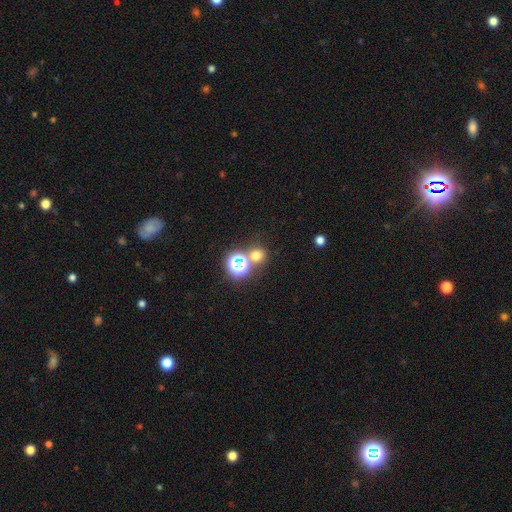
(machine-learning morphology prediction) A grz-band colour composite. It shows a smooth galaxy with no disk features (63%) that is round (87%). Merging: none (67%).